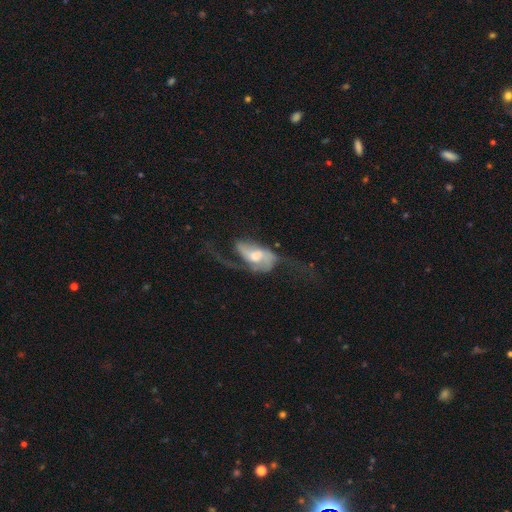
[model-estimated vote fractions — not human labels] Morphology: type=featured or disk (73%); edge-on=no (94%); bar=no (47%); spiral arms=yes (84%); winding=loose (69%); arm count=2 (71%); bulge=moderate (54%); merging=major disturbance (52%).